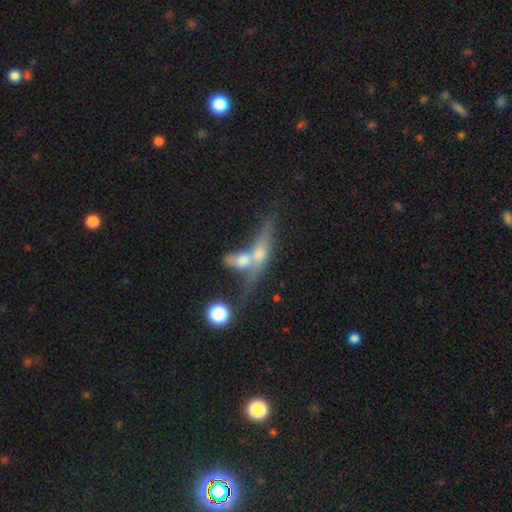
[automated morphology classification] featured or disk 55%, smooth 35%, star or artifact 10%. Down the decision tree: edge-on disk — yes (68%); merging — merger (55%).